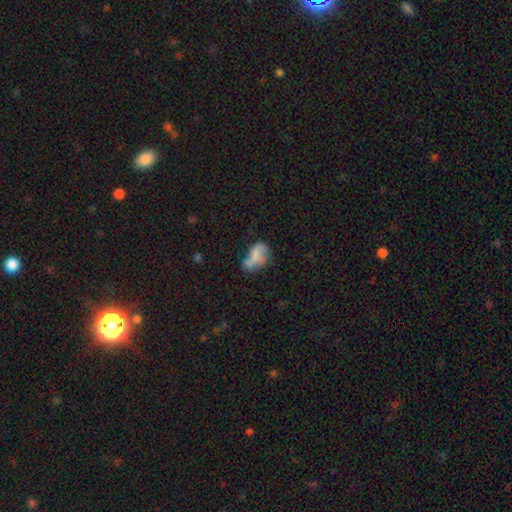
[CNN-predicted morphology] Smooth or featured?
  - smooth: 62% *
  - featured or disk: 29%
  - star or artifact: 10%
How rounded?
  - in between: 89% *
  - round: 8%
  - cigar-shaped: 3%
Merging?
  - none: 33% *
  - minor disturbance: 32%
  - major disturbance: 24%
  - merger: 11%